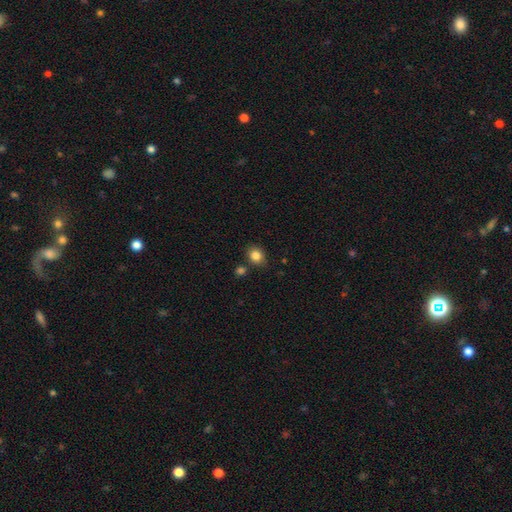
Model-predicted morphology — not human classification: Smooth or featured?
  - smooth: 85% *
  - star or artifact: 10%
  - featured or disk: 5%
How rounded?
  - round: 59% *
  - in between: 40%
  - cigar-shaped: 1%
Merging?
  - none: 78% *
  - minor disturbance: 12%
  - merger: 7%
  - major disturbance: 3%